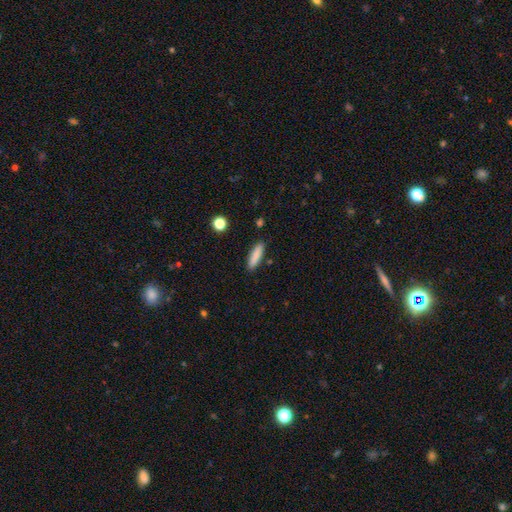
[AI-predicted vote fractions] Smooth or featured? Predicted: smooth (p=0.86). How rounded? Predicted: cigar-shaped (p=0.69). Merging? Predicted: none (p=0.88).